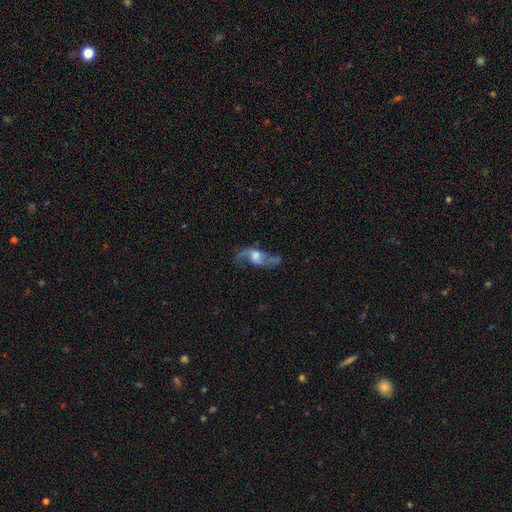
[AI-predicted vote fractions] Smooth or featured: featured or disk — 79% (smooth — 14%)
Edge-on disk: no — 90% (yes — 10%)
Bar: no — 54% (weak — 36%)
Spiral arms: yes — 91% (no — 9%)
Spiral winding: loose — 80% (medium — 17%)
Spiral arm count: 2 — 90% (1 — 4%)
Bulge size: moderate — 46% (large — 24%)
Merging: none — 61% (minor disturbance — 17%)